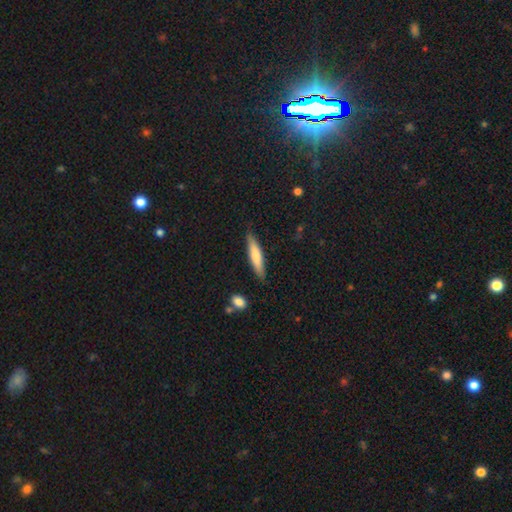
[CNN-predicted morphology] smooth-or-featured: smooth: 73% | featured or disk: 22% | star or artifact: 5%
  how-rounded: cigar-shaped: 85% | in between: 13% | round: 1%
  merging: none: 85% | minor disturbance: 11% | major disturbance: 2% | merger: 2%